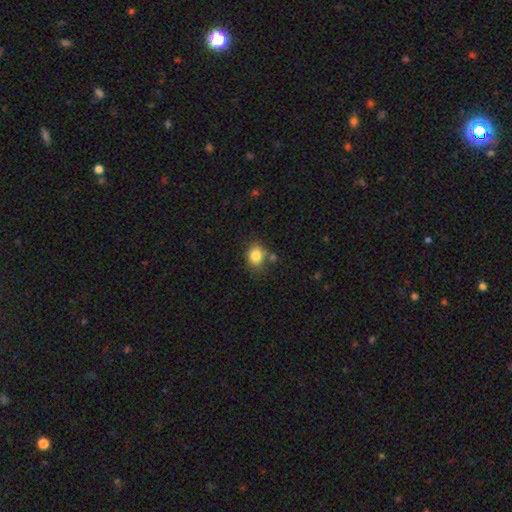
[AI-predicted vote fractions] smooth 83%, star or artifact 10%, featured or disk 7%. Down the decision tree: how rounded — round (56%); merging — none (68%).